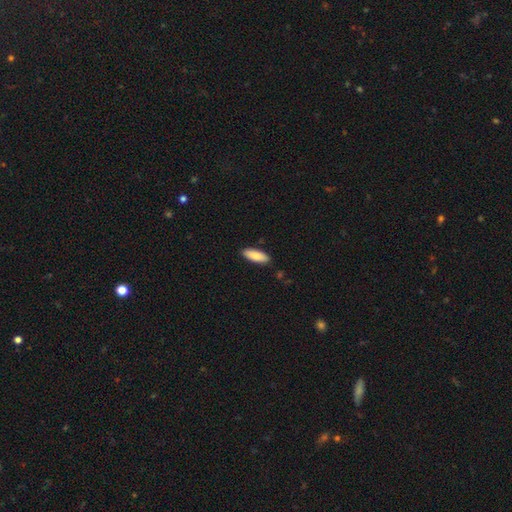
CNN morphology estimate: Smooth or featured: smooth — 88% (featured or disk — 6%)
How rounded: in between — 66% (cigar-shaped — 32%)
Merging: none — 88% (minor disturbance — 9%)